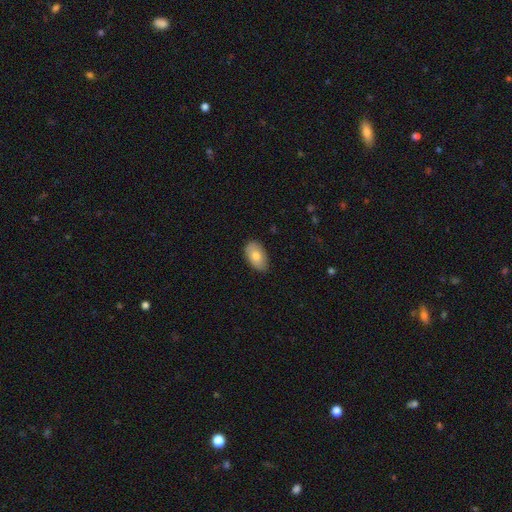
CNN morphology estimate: The model was most divided on "merging": none: 78%, minor disturbance: 19%, major disturbance: 3%, merger: 1%. More confident: how rounded — in between (93%); smooth or featured — smooth (77%).